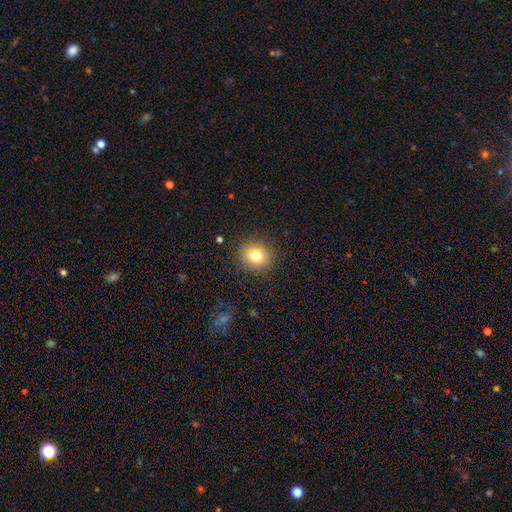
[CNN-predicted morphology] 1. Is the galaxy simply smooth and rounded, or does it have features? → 78% smooth, 13% star or artifact, 8% featured or disk.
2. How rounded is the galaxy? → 77% round, 22% in between, 1% cigar-shaped.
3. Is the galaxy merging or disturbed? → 87% none, 9% minor disturbance, 3% major disturbance, 1% merger.